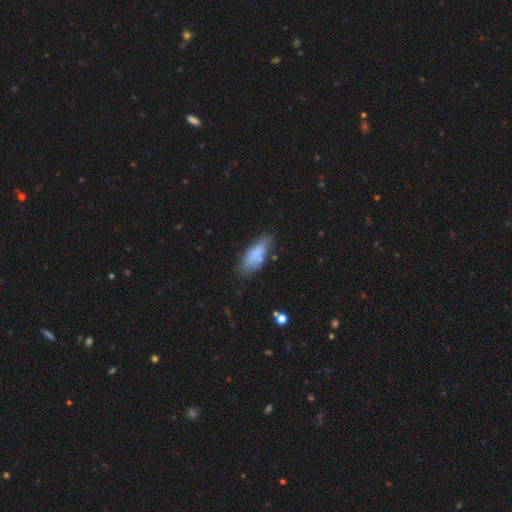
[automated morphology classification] A smooth galaxy with no disk features (78%) that is in between round and cigar-shaped (69%).

Vote fractions:
- Smooth or featured? smooth: 78% / featured or disk: 15% / star or artifact: 7%
- How rounded? in between: 69% / cigar-shaped: 29% / round: 2%
- Merging? none: 66% / minor disturbance: 23% / major disturbance: 6% / merger: 5%